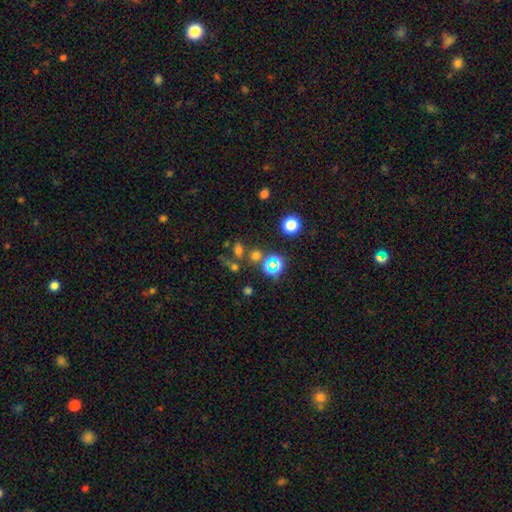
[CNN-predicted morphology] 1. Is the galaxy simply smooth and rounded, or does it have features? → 53% smooth, 38% star or artifact, 9% featured or disk.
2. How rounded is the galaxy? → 63% round, 34% in between, 3% cigar-shaped.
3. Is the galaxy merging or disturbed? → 64% none, 19% merger, 10% minor disturbance, 6% major disturbance.